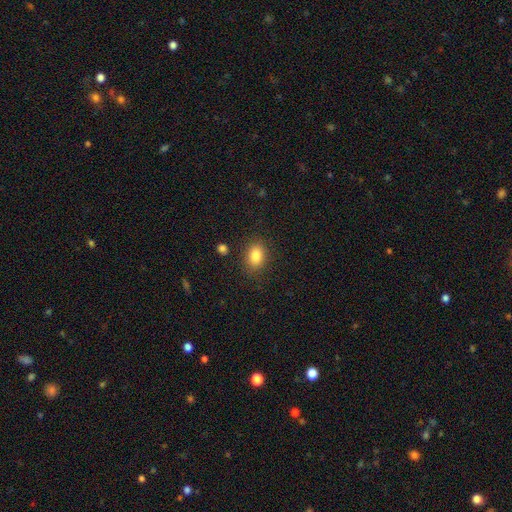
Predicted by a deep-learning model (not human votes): smooth_or_featured: smooth (p=0.85) [alt: star or artifact p=0.09]
how_rounded: in between (p=0.75) [alt: round p=0.24]
merging: none (p=0.85) [alt: minor disturbance p=0.10]